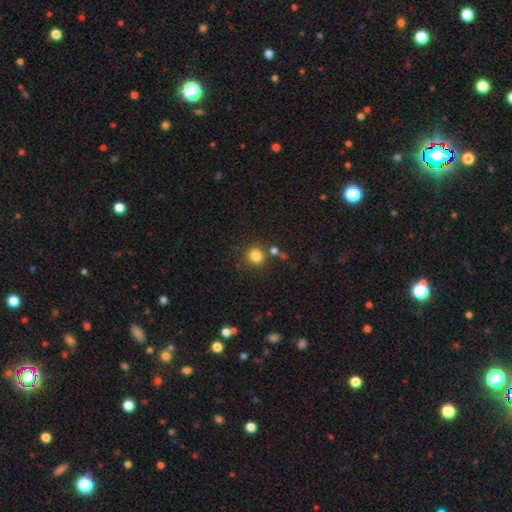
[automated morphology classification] Overall: smooth (83%). How rounded: round (90%). Merging: none (78%).